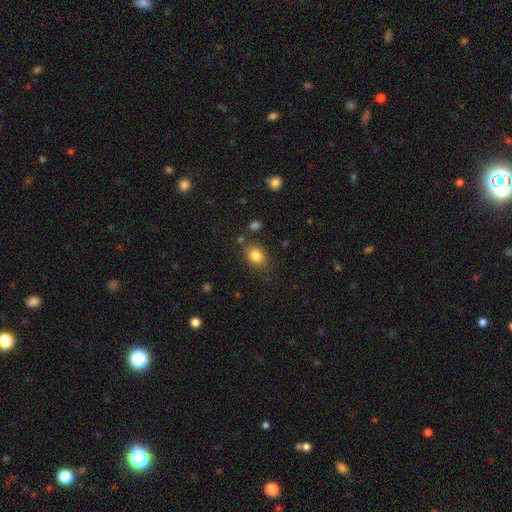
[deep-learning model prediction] A smooth galaxy with no disk features (83%) that is in between round and cigar-shaped (60%).

Vote fractions:
- Smooth or featured? smooth: 83% / star or artifact: 10% / featured or disk: 6%
- How rounded? in between: 60% / round: 39% / cigar-shaped: 1%
- Merging? none: 81% / minor disturbance: 11% / merger: 4% / major disturbance: 4%